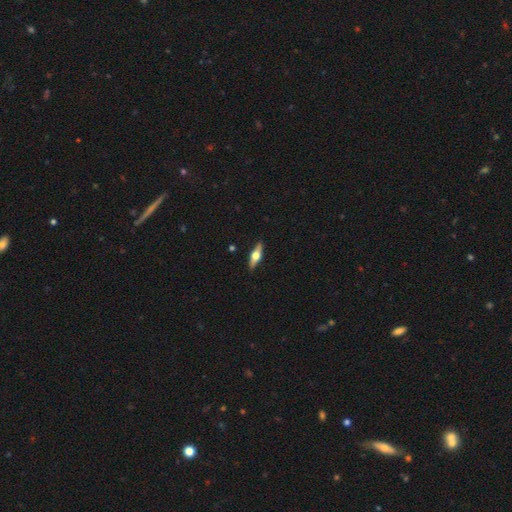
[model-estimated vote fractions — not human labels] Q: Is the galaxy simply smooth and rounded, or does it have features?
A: featured or disk — 64%.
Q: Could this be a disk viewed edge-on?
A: yes — 95%.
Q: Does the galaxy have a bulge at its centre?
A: rounded — 95%.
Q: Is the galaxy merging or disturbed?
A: none — 89%.